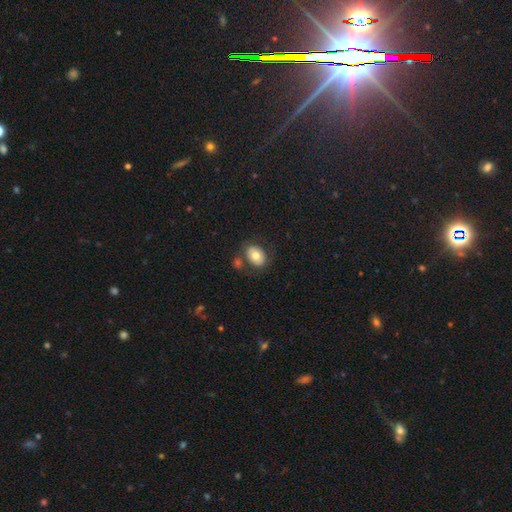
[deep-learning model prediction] Smooth or featured? Predicted: smooth (p=0.75). How rounded? Predicted: in between (p=0.69). Merging? Predicted: none (p=0.68).